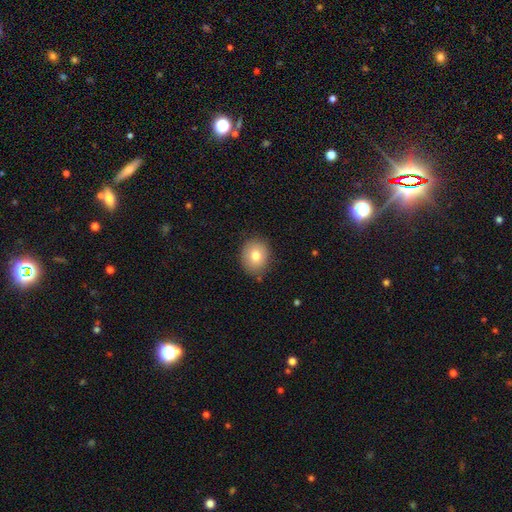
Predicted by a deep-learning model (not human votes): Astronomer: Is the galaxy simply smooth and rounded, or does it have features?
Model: smooth — 78%.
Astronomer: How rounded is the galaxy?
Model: round — 69%.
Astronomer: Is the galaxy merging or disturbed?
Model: none — 85%.